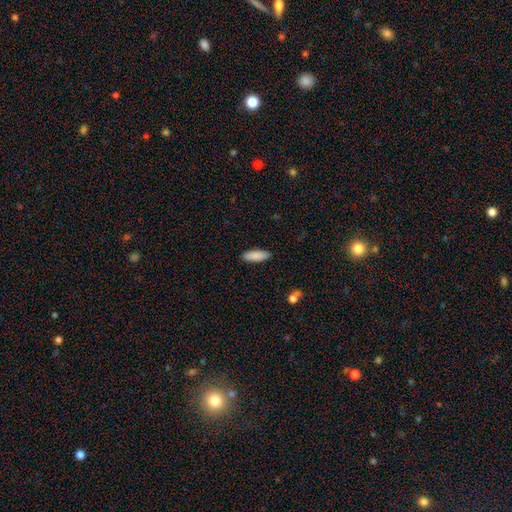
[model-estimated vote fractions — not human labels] Overall: smooth (89%). How rounded: in between (59%; cigar-shaped 39%). Merging: none (90%).